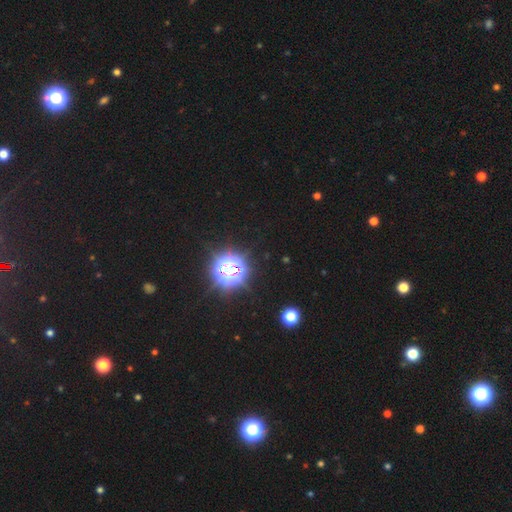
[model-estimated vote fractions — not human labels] This appears to be a star or artifact, not a galaxy (81%).